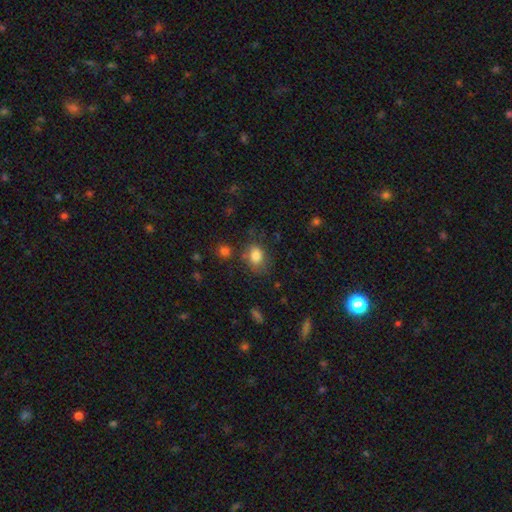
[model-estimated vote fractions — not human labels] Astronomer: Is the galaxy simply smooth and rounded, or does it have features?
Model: smooth — 82%.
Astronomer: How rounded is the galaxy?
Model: in between — 67%.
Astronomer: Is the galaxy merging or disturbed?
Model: none — 62%.